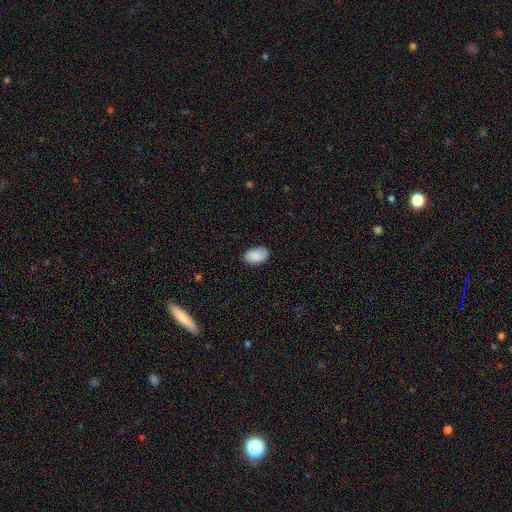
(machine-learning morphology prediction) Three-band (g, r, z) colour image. It shows a smooth galaxy with no disk features (85%) that is in between round and cigar-shaped (92%). Merging: none (82%).